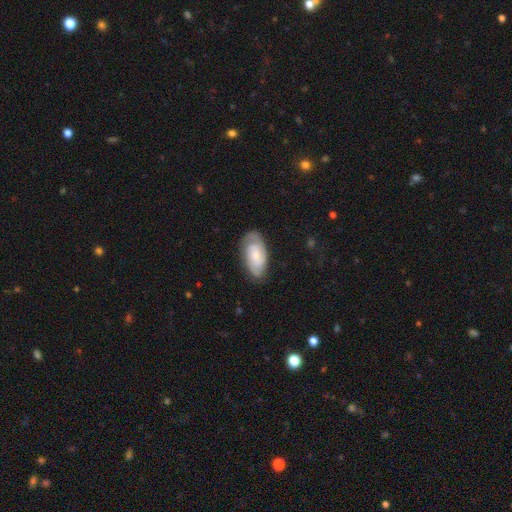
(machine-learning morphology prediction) This appears to be a featured or disk galaxy (67%) with no bar (61%), 2 (59%) tight (59%) spiral arms (89%) and a small central bulge (57%). Merging: none (74%).